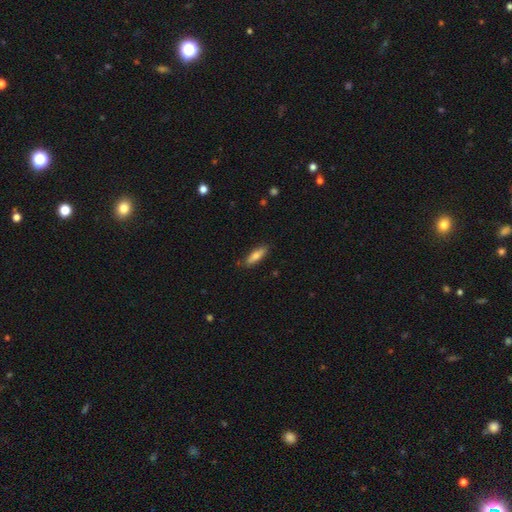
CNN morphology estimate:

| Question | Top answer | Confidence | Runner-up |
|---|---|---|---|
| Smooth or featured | smooth | 74% | featured or disk (20%) |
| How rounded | in between | 52% | cigar-shaped (46%) |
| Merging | none | 84% | minor disturbance (13%) |